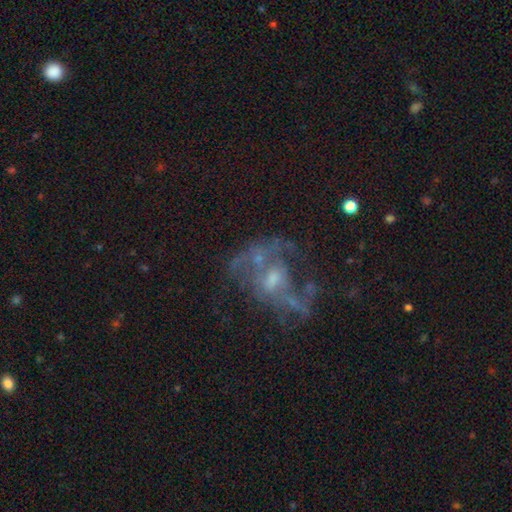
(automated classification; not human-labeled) featured or disk 66%, star or artifact 19%, smooth 14%. Down the decision tree: edge-on disk — no (97%); bar — no (71%); spiral arms — no (57%); bulge size — small (44%); merging — none (42%).